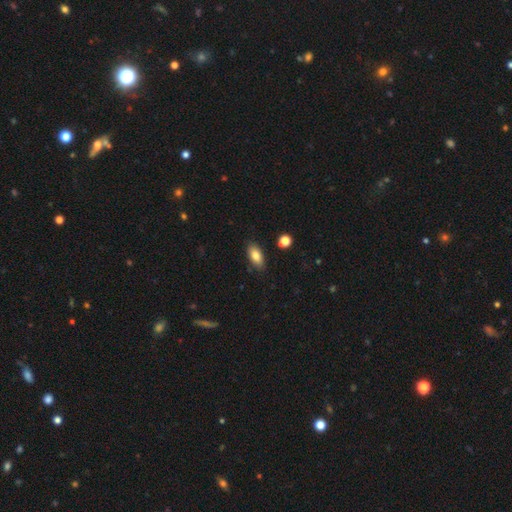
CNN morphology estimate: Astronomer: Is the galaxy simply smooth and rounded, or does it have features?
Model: smooth — 82%.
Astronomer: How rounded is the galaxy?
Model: in between — 89%.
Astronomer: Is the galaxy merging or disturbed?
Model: none — 85%.